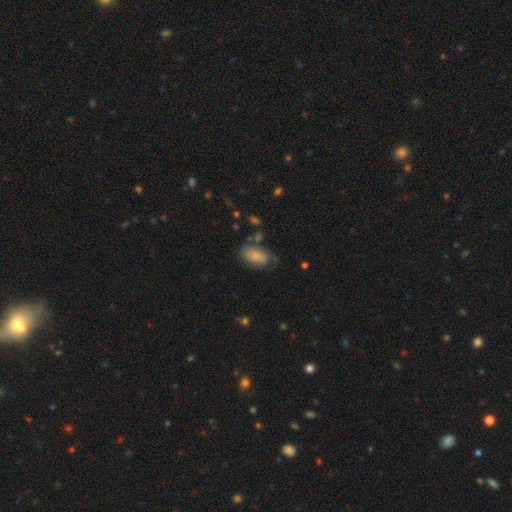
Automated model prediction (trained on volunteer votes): Smooth or featured? smooth (69%)
How rounded? in between (91%)
Merging? none (48%)